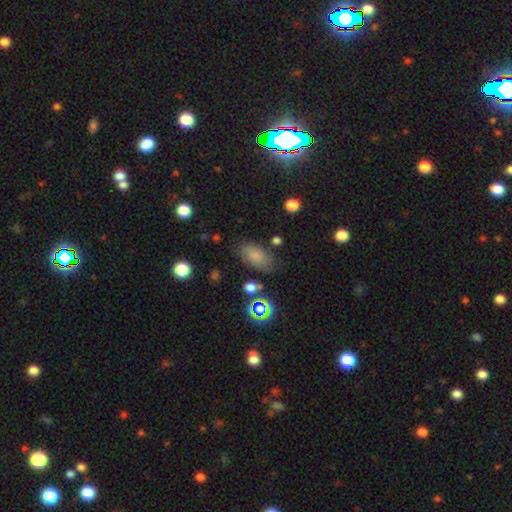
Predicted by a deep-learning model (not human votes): Morphology: type=smooth (71%); roundness=in between (90%); merging=none (68%).